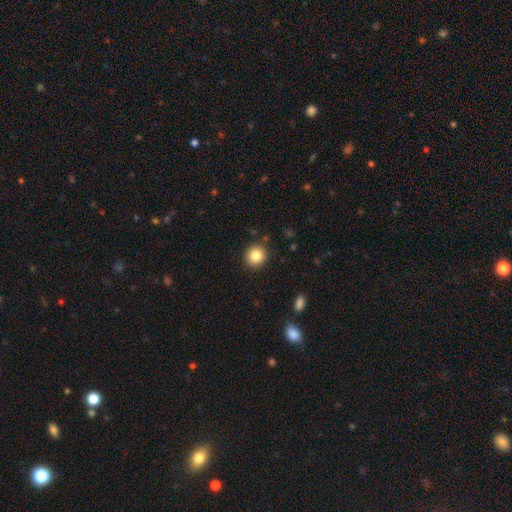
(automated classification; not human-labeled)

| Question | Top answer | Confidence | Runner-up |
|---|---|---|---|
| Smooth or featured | smooth | 84% | star or artifact (10%) |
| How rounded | round | 88% | in between (11%) |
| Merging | none | 90% | minor disturbance (7%) |